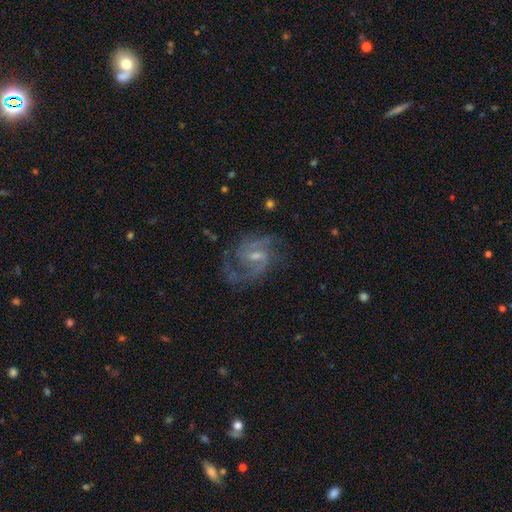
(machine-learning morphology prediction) This is clearly a featured or disk galaxy (87%). It is clearly not viewed edge-on (98%). Bar: likely weak (62%). Spiral arm pattern: clearly yes (95%). Spiral arm count: likely 2 (72%). Spiral winding: possibly medium (55%). Central bulge: possibly small (53%). Merging: likely none (62%).